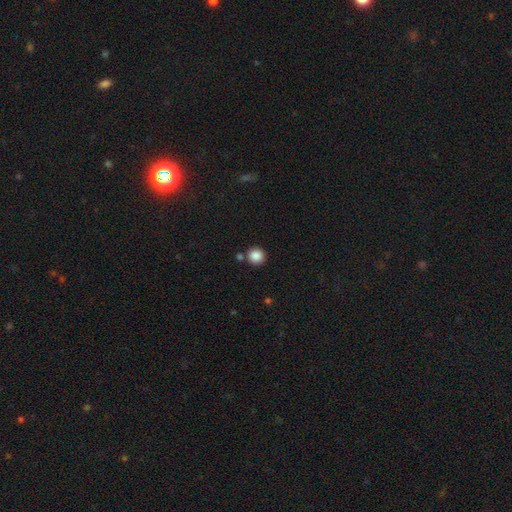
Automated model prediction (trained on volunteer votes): Smooth or featured? Predicted: smooth (p=0.87). How rounded? Predicted: round (p=0.92). Merging? Predicted: none (p=0.81).